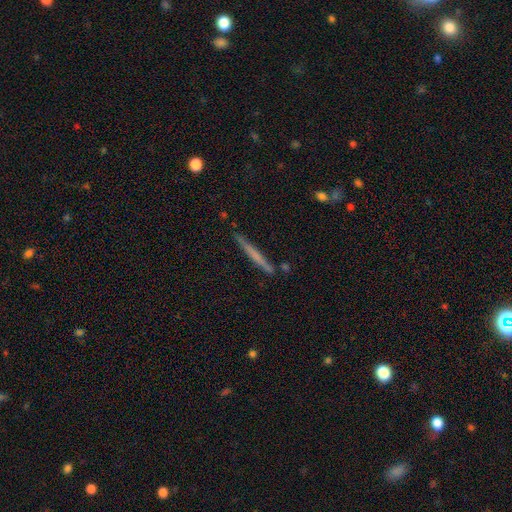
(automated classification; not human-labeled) smooth_or_featured: smooth (p=0.49) [alt: featured or disk p=0.45]
merging: none (p=0.86) [alt: minor disturbance p=0.09]